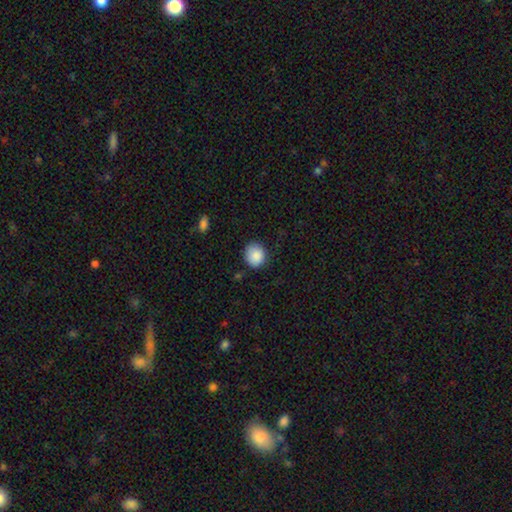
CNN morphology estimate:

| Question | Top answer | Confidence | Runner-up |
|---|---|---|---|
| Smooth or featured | smooth | 88% | star or artifact (8%) |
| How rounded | round | 76% | in between (23%) |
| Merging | none | 81% | minor disturbance (15%) |